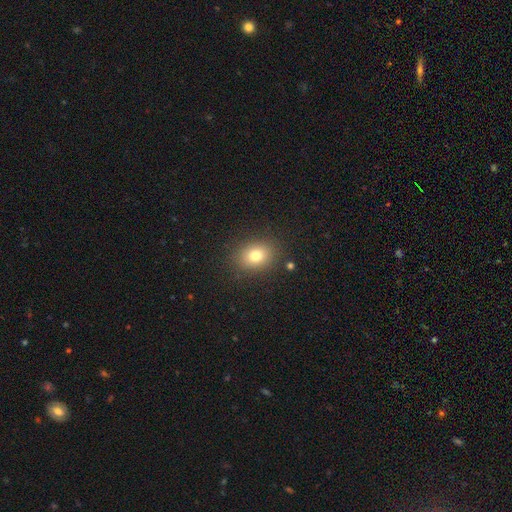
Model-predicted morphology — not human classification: Smooth or featured: smooth — 77% (star or artifact — 13%)
How rounded: in between — 52% (round — 48%)
Merging: none — 87% (minor disturbance — 8%)